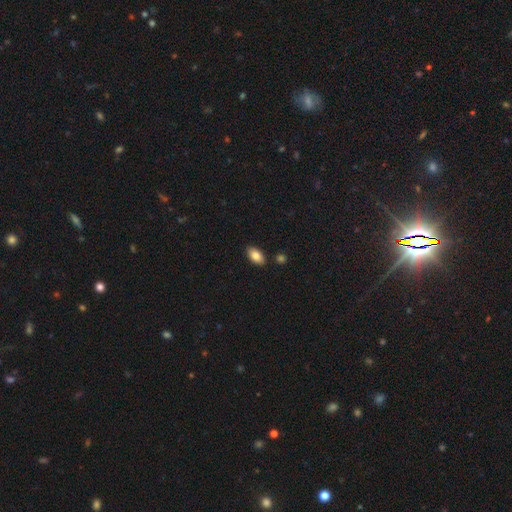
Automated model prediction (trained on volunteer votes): Smooth or featured? smooth (84%)
How rounded? in between (93%)
Merging? none (86%)